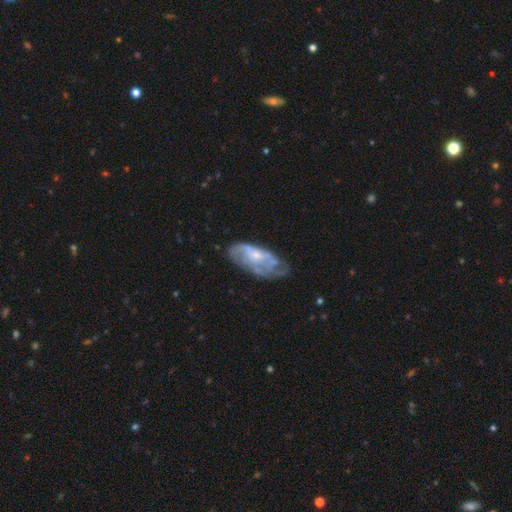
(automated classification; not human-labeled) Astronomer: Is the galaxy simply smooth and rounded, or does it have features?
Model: featured or disk — 68%.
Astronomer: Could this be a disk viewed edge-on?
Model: no — 93%.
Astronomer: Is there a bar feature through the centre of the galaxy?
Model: no — 74%.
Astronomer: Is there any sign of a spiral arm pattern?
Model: yes — 67%.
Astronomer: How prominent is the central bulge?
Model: small — 61%.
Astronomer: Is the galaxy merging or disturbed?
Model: none — 51% (runner-up: minor disturbance, 28%).